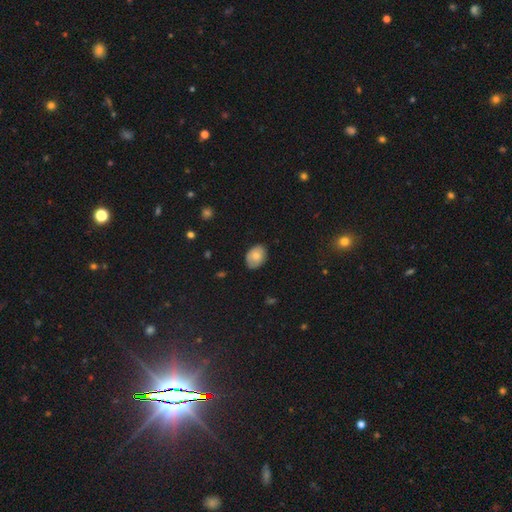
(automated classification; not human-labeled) Smooth or featured?
  - smooth: 77% *
  - featured or disk: 15%
  - star or artifact: 8%
How rounded?
  - in between: 77% *
  - round: 22%
  - cigar-shaped: 1%
Merging?
  - none: 79% *
  - minor disturbance: 17%
  - major disturbance: 3%
  - merger: 1%